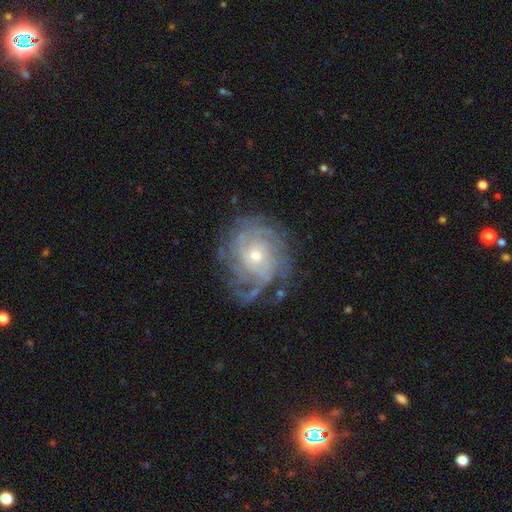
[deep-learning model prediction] Smooth or featured? Predicted: featured or disk (p=0.87). Edge-on disk? Predicted: no (p=0.97). Bar? Predicted: no (p=0.75). Spiral arms? Predicted: yes (p=0.96). Spiral winding? Predicted: tight (p=0.69). Spiral arm count? Predicted: can't tell (p=0.32). Bulge size? Predicted: small (p=0.59). Merging? Predicted: none (p=0.72).